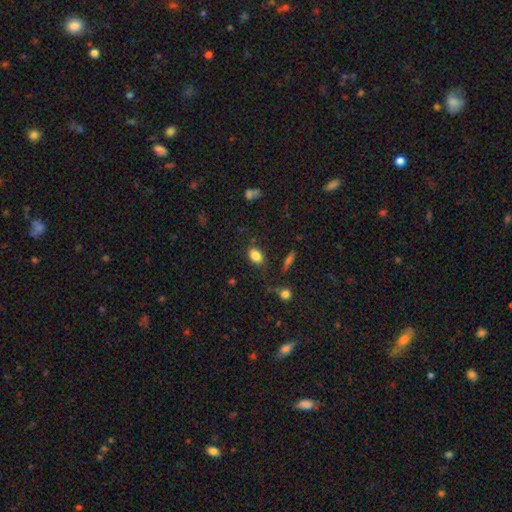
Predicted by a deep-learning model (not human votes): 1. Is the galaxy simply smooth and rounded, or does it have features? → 84% smooth, 10% star or artifact, 6% featured or disk.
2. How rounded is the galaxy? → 82% in between, 16% round, 2% cigar-shaped.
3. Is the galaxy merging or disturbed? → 82% none, 12% minor disturbance, 4% major disturbance, 3% merger.